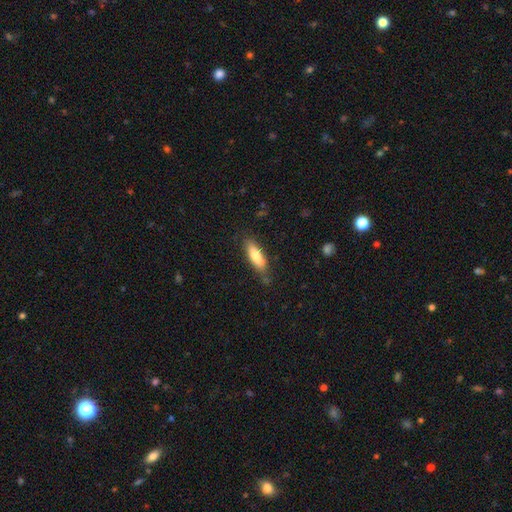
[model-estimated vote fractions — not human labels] This is likely a smooth galaxy (77%). How rounded: possibly in between (57%). Merging: likely none (76%).